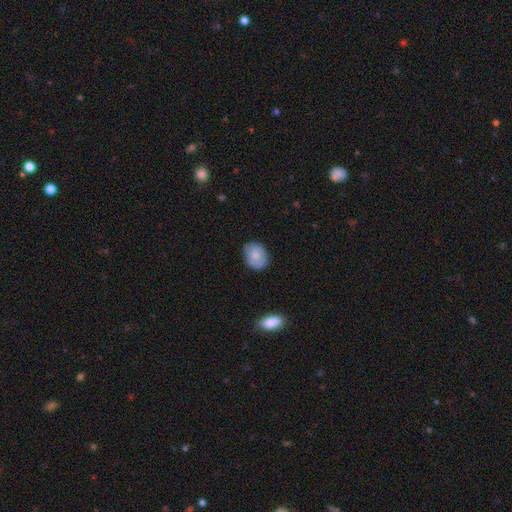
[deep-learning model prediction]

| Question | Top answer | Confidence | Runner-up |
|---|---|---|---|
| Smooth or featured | smooth | 80% | featured or disk (13%) |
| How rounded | in between | 52% | round (47%) |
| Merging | none | 75% | minor disturbance (19%) |